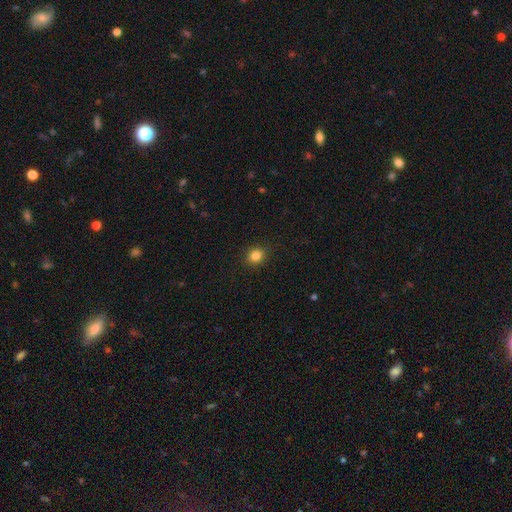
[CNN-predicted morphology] Smooth or featured? Predicted: smooth (p=0.84). How rounded? Predicted: round (p=0.80). Merging? Predicted: none (p=0.91).